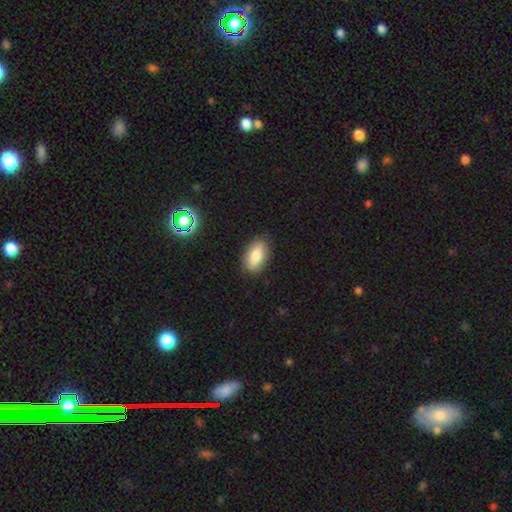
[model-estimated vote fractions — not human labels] Smooth or featured? smooth (78%)
How rounded? in between (90%)
Merging? none (87%)